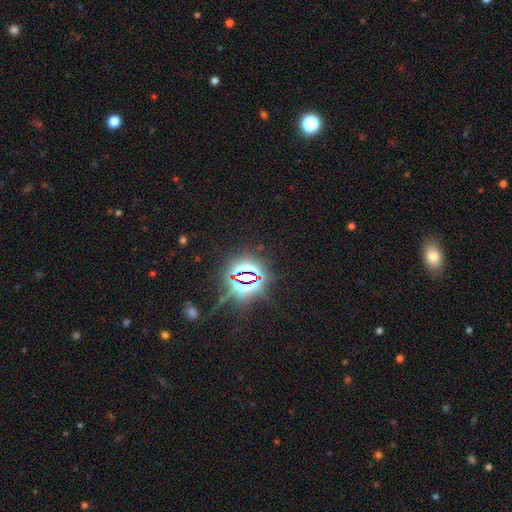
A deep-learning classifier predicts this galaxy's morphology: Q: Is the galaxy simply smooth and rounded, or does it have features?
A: star or artifact — 83%.